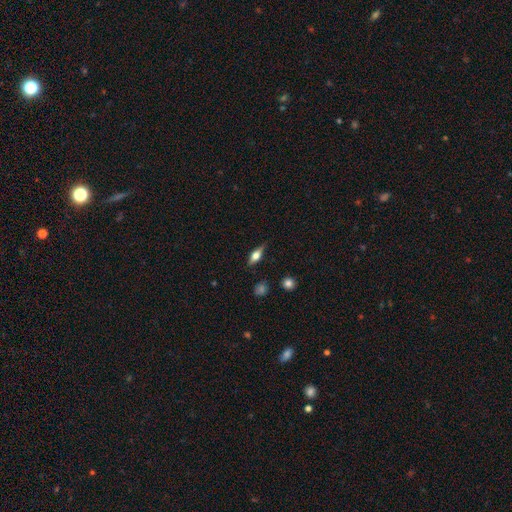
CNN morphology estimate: type=smooth (46%, tied with featured or disk); merging=none (81%).